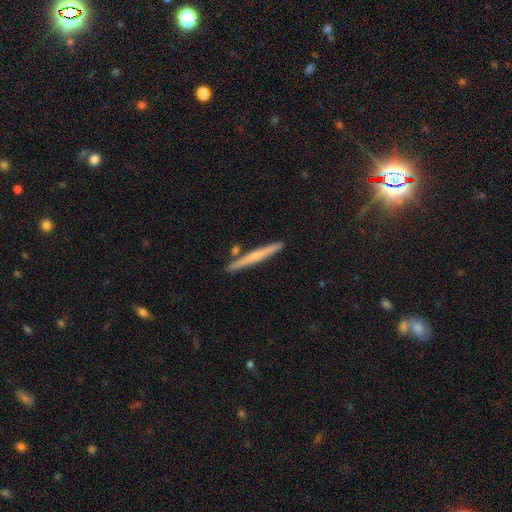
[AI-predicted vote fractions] This appears to be a smooth galaxy with no disk features (51%) that is cigar-shaped (97%). Merging: none (87%).